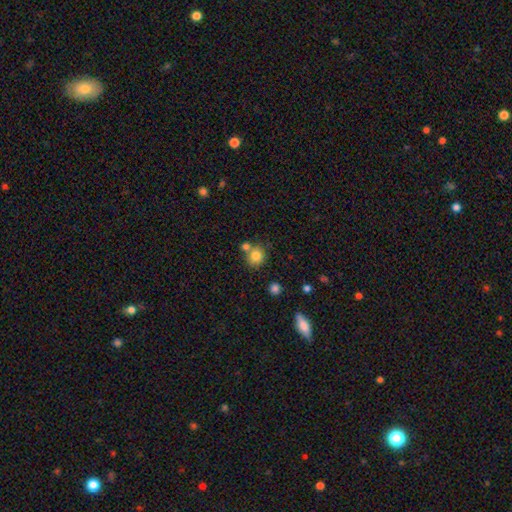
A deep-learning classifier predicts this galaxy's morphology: Overall: smooth (81%). How rounded: round (87%). Merging: none (63%; merger 24%).